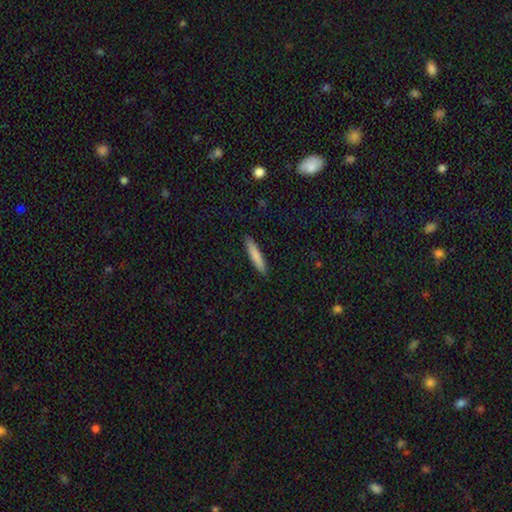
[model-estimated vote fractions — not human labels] A smooth galaxy with no disk features (81%) that is cigar-shaped (90%). Merging: none (91%).